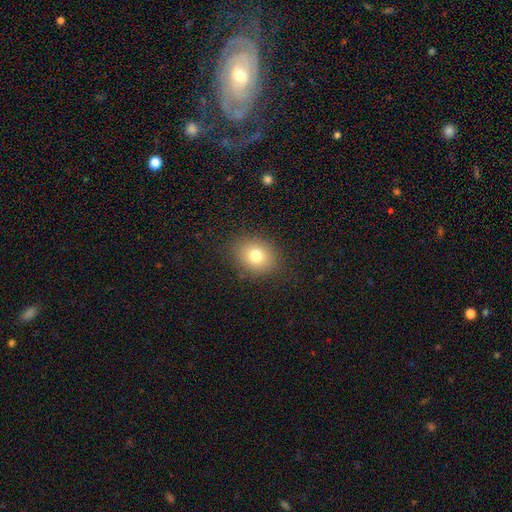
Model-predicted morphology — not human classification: Smooth or featured? smooth (77%)
How rounded? round (52%)
Merging? none (86%)